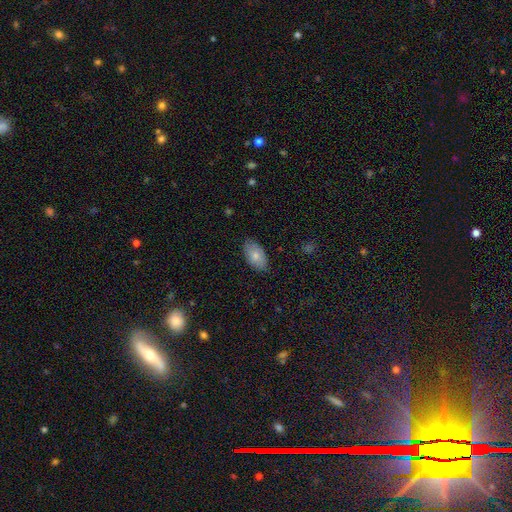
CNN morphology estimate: Overall: smooth (76%). How rounded: in between (94%). Merging: none (79%).